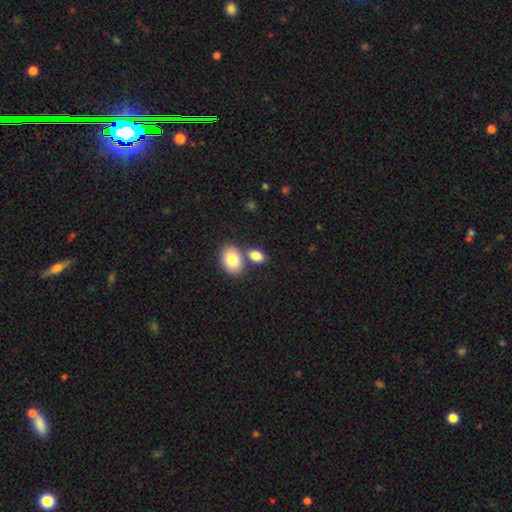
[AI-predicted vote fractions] The model was most divided on "merging": none: 58%, merger: 28%, minor disturbance: 11%, major disturbance: 3%. More confident: how rounded — in between (84%); smooth or featured — smooth (83%).